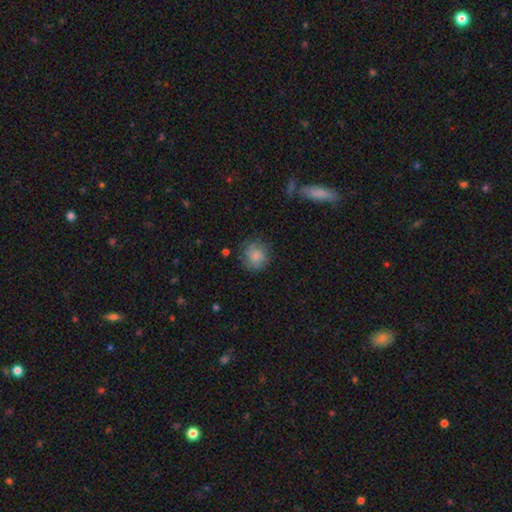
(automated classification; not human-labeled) This appears to be a smooth galaxy with no disk features (79%) that is round (89%). Merging: none (74%).